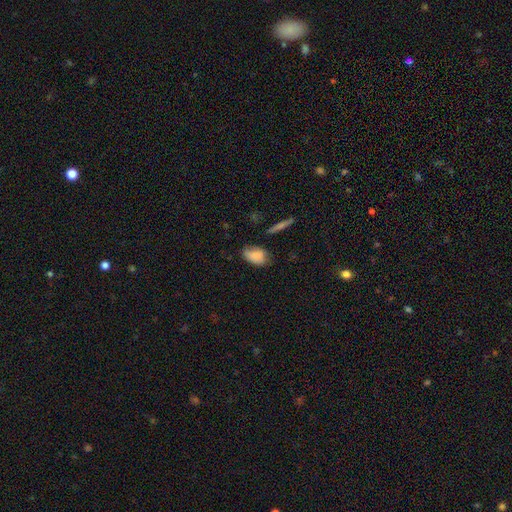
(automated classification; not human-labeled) Overall: smooth (82%). How rounded: in between (87%). Merging: none (60%; minor disturbance 30%).